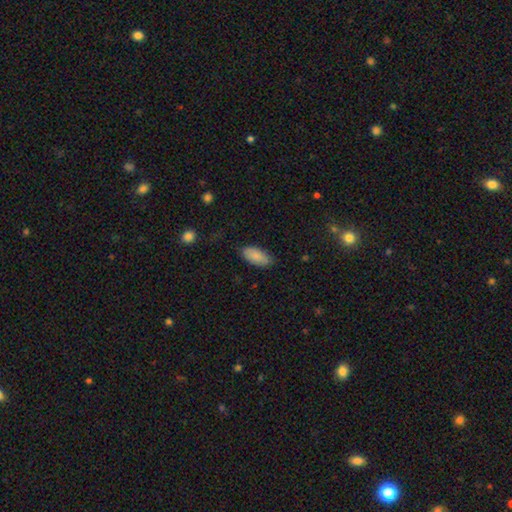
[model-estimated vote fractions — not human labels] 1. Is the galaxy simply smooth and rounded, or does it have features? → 84% smooth, 9% featured or disk, 6% star or artifact.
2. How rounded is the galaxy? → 92% in between, 6% cigar-shaped, 2% round.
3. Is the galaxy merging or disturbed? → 80% none, 16% minor disturbance, 3% major disturbance, 1% merger.